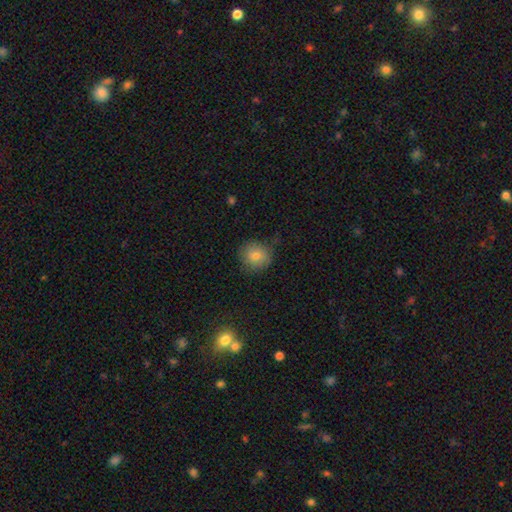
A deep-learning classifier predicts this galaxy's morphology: Smooth or featured? smooth (79%)
How rounded? round (87%)
Merging? none (81%)